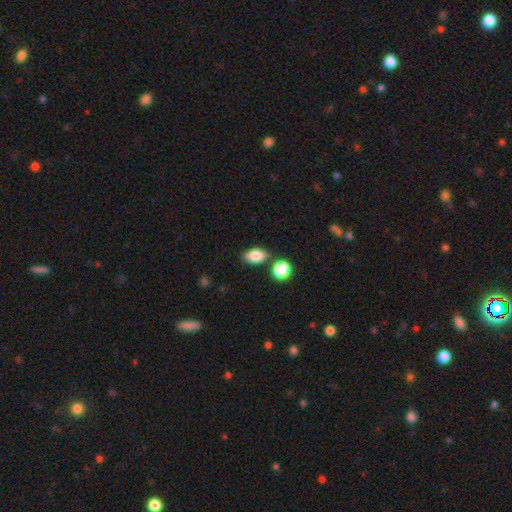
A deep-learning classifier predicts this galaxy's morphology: This appears to be a smooth galaxy with no disk features (83%) that is in between round and cigar-shaped (85%). Merging: none (74%).